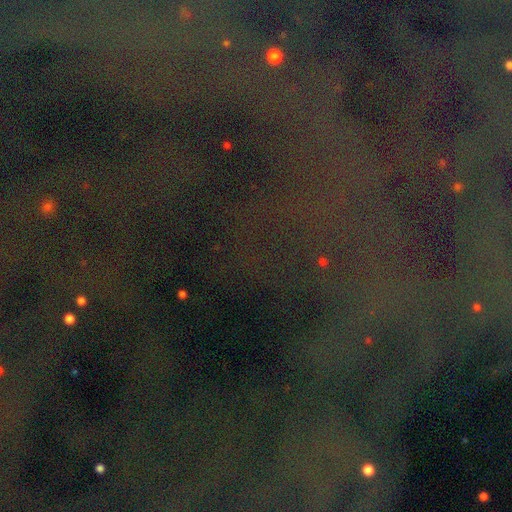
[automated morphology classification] Smooth or featured? star or artifact (83%)